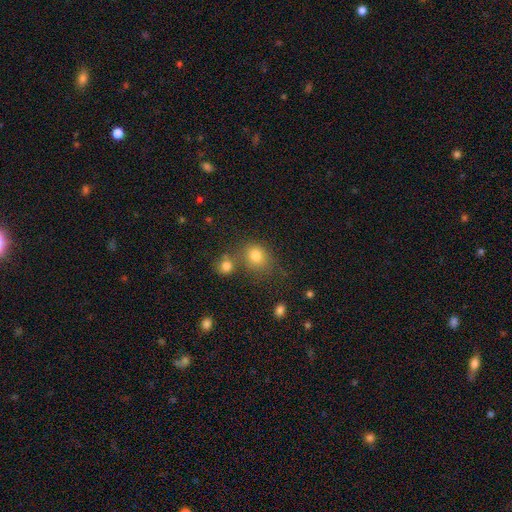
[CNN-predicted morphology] This is likely a smooth galaxy (79%). How rounded: likely round (72%). Merging: possibly none (56%).